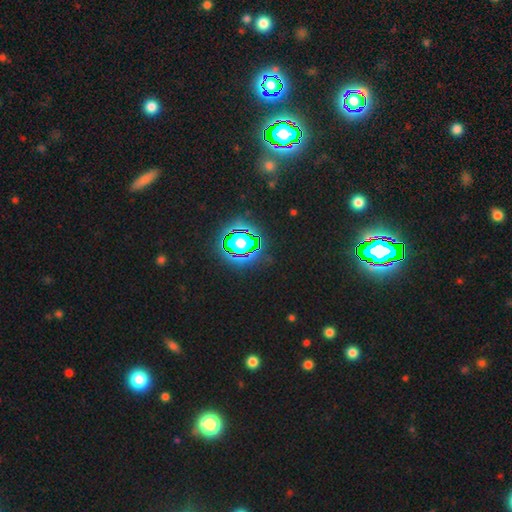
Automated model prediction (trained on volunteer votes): Smooth or featured?
  - star or artifact: 82% *
  - smooth: 11%
  - featured or disk: 7%